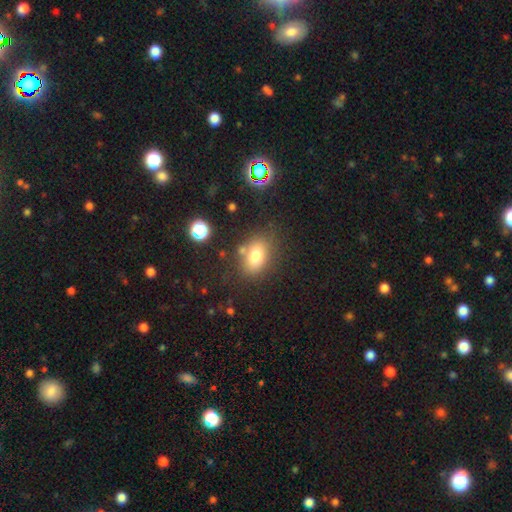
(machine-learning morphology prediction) Q: Smooth or featured?
A: smooth (75%); runner-up: featured or disk (13%)
Q: How rounded?
A: in between (77%); runner-up: round (21%)
Q: Merging?
A: none (70%); runner-up: minor disturbance (15%)